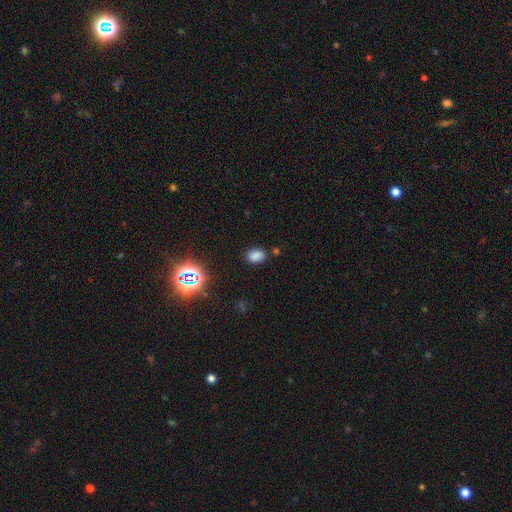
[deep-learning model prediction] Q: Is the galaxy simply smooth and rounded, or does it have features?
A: smooth — 78%.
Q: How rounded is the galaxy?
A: in between — 77%.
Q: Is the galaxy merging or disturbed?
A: none — 82%.